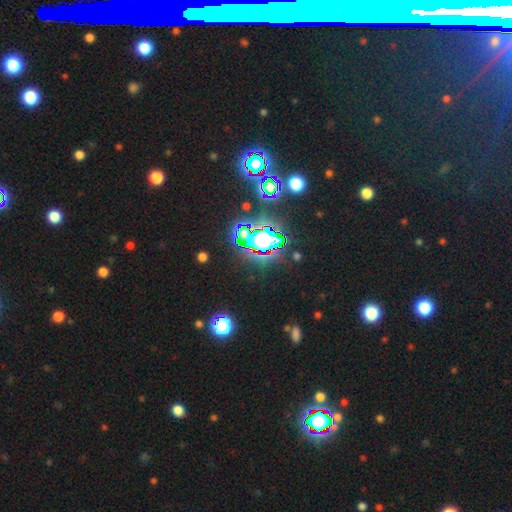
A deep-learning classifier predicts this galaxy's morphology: Overall: star or artifact (78%).